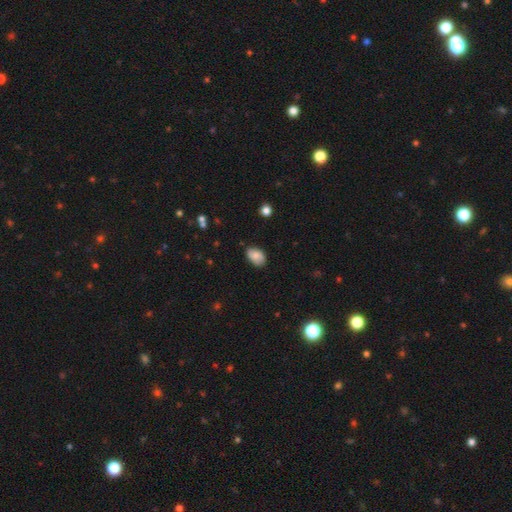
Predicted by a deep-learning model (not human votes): Smooth or featured? Predicted: smooth (p=0.80). How rounded? Predicted: in between (p=0.88). Merging? Predicted: none (p=0.76).